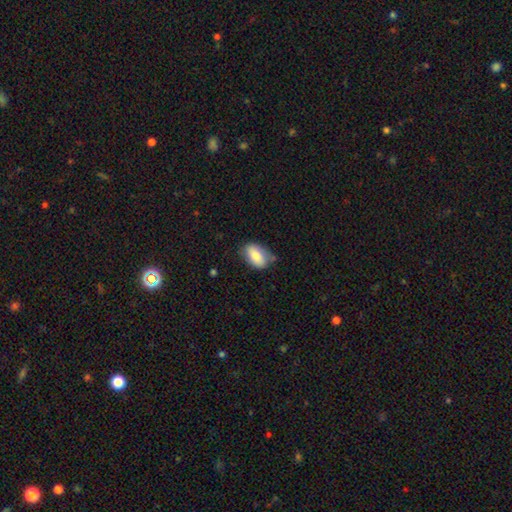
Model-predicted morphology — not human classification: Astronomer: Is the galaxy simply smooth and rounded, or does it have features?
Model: smooth — 77%.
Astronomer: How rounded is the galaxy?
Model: in between — 90%.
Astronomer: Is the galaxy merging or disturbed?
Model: none — 66%.